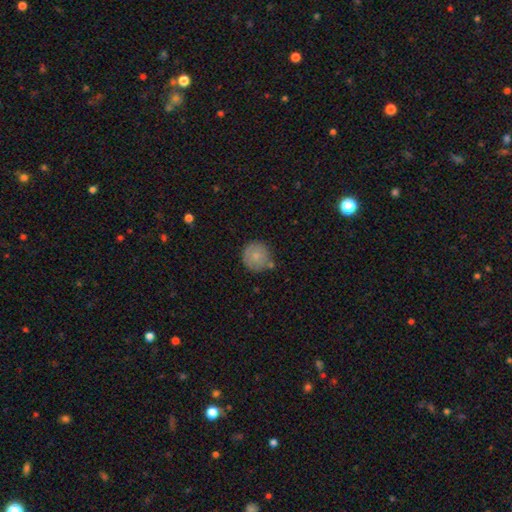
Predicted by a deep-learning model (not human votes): This appears to be a smooth galaxy with no disk features (80%) that is round (95%). Merging: none (78%).